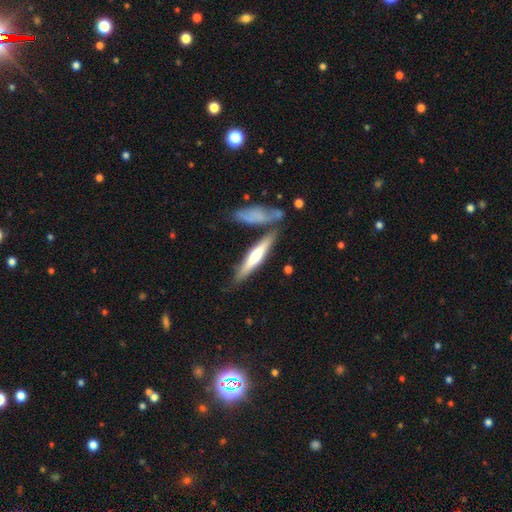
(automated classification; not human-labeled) A featured or disk galaxy (49%).

Vote fractions:
- Smooth or featured? featured or disk: 49% / smooth: 46% / star or artifact: 5%
- Merging? none: 72% / merger: 13% / minor disturbance: 13% / major disturbance: 3%